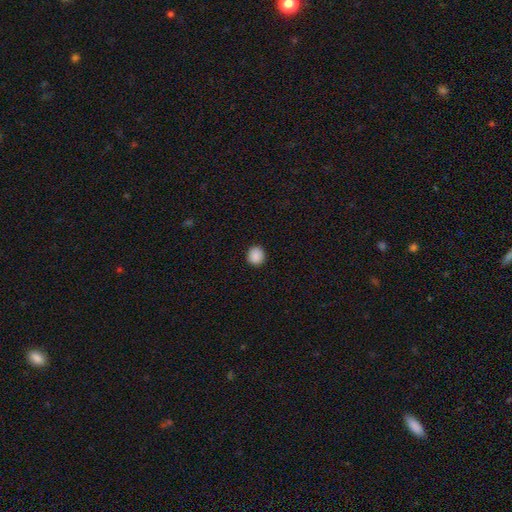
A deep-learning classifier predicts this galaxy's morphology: This appears to be a smooth galaxy with no disk features (89%) that is round (83%). Merging: none (91%).